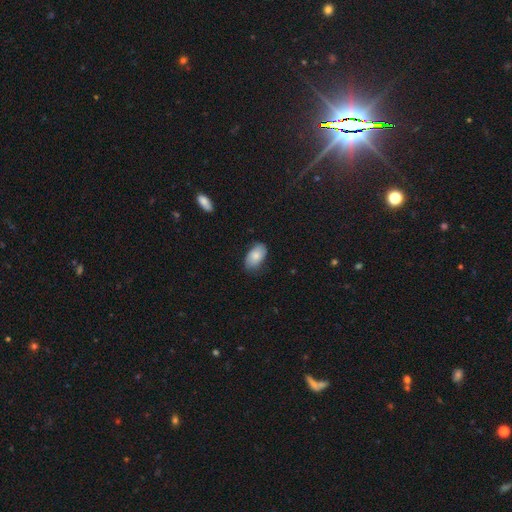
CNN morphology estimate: Q: Smooth or featured?
A: smooth (82%); runner-up: featured or disk (12%)
Q: How rounded?
A: in between (94%); runner-up: round (5%)
Q: Merging?
A: none (74%); runner-up: minor disturbance (21%)